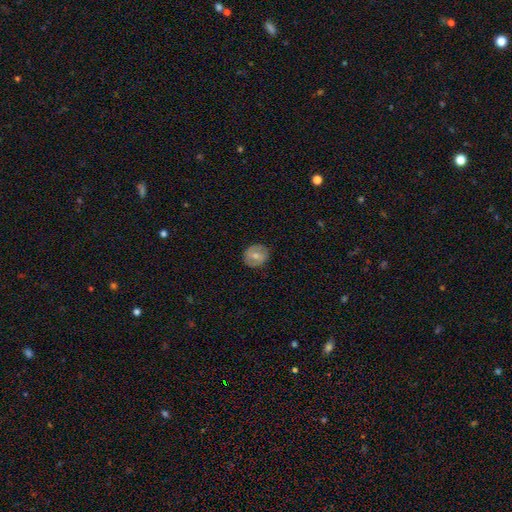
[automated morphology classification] The model was most divided on "smooth or featured": smooth: 50%, featured or disk: 42%, star or artifact: 7%. More confident: merging — none (85%); how rounded — round (82%).